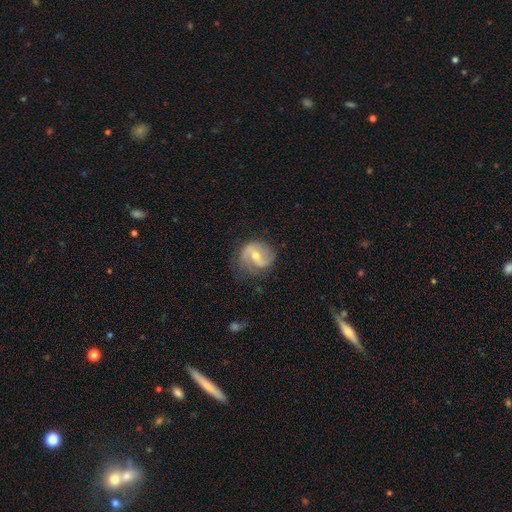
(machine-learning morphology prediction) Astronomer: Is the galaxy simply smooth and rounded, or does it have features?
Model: featured or disk — 80%.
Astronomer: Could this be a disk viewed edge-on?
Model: no — 97%.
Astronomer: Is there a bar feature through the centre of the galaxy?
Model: weak — 47% (runner-up: no, 34%).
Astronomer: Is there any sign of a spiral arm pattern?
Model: yes — 92%.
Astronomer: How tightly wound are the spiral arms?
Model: medium — 44% (runner-up: loose, 33%).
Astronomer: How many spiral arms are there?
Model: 2 — 80%.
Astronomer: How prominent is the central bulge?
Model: moderate — 58% (runner-up: small, 38%).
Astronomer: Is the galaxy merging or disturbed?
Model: none — 69%.